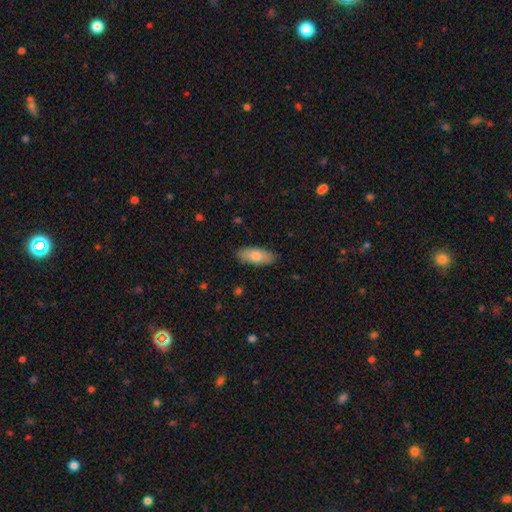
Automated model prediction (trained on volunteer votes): smooth-or-featured: smooth: 77% | featured or disk: 17% | star or artifact: 6%
  how-rounded: in between: 85% | cigar-shaped: 12% | round: 2%
  merging: none: 87% | minor disturbance: 10% | major disturbance: 2% | merger: 1%